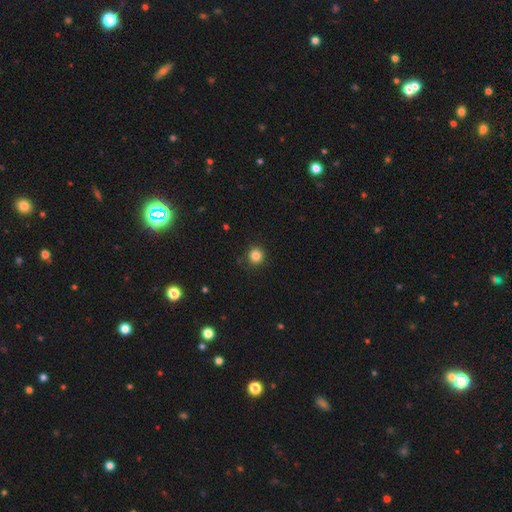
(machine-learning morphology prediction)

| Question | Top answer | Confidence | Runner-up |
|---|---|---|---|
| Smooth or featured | smooth | 83% | star or artifact (12%) |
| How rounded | round | 94% | in between (5%) |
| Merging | none | 90% | minor disturbance (7%) |